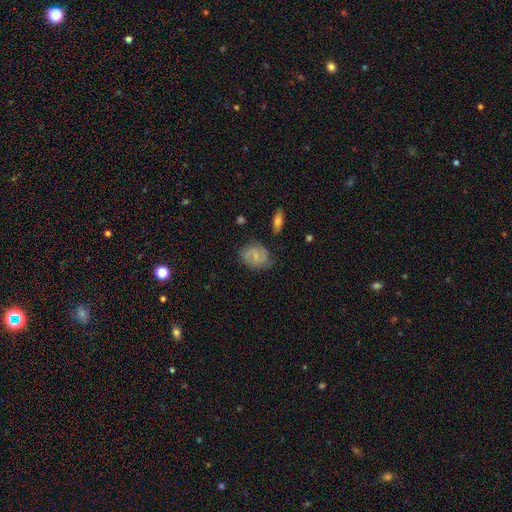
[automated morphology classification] Q: Smooth or featured?
A: featured or disk (55%); runner-up: smooth (37%)
Q: Edge-on disk?
A: no (97%); runner-up: yes (3%)
Q: Bar?
A: weak (51%); runner-up: no (37%)
Q: Spiral arms?
A: yes (88%); runner-up: no (12%)
Q: Bulge size?
A: small (55%); runner-up: none (24%)
Q: Merging?
A: none (72%); runner-up: minor disturbance (20%)